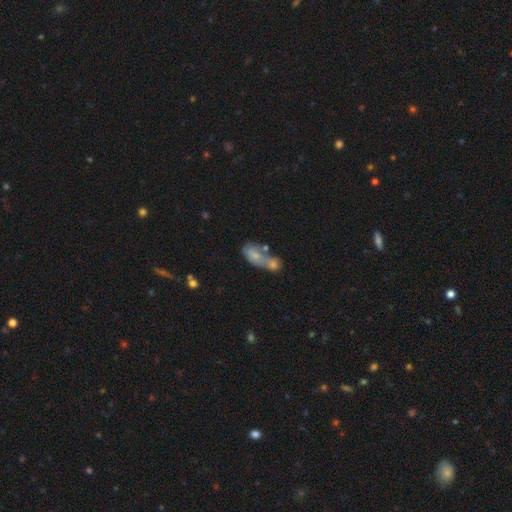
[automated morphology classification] A smooth galaxy with no disk features (55%) that is in between round and cigar-shaped (82%). Merging: merger (61%).